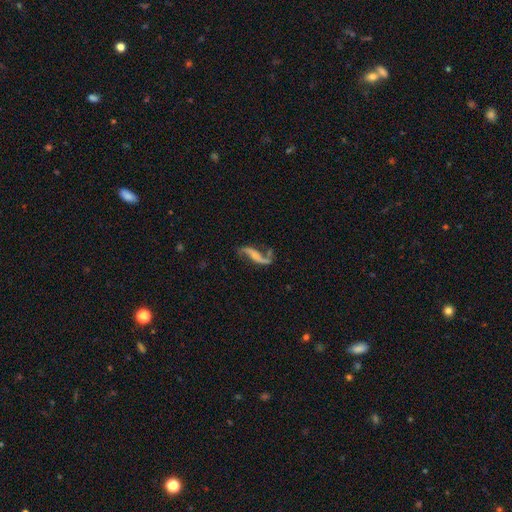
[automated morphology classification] The model was most divided on "bar": no: 48%, weak: 29%, strong: 23%. More confident: spiral arms — yes (93%); spiral winding — loose (90%); spiral arm count — 2 (90%); edge-on disk — no (88%); smooth or featured — featured or disk (83%); merging — none (61%); bulge size — small (52%).